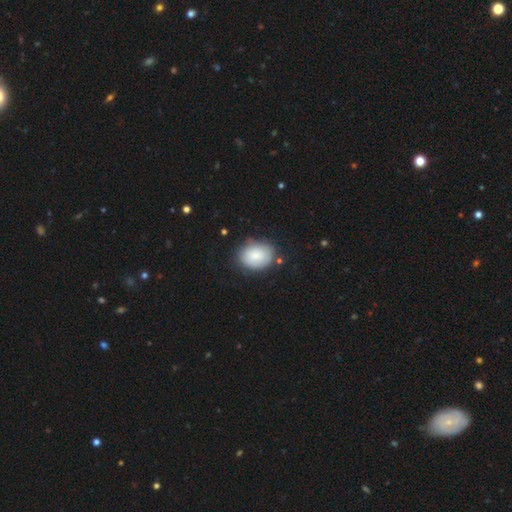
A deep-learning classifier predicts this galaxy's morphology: Overall: smooth (79%). How rounded: in between (61%; round 38%). Merging: none (75%).